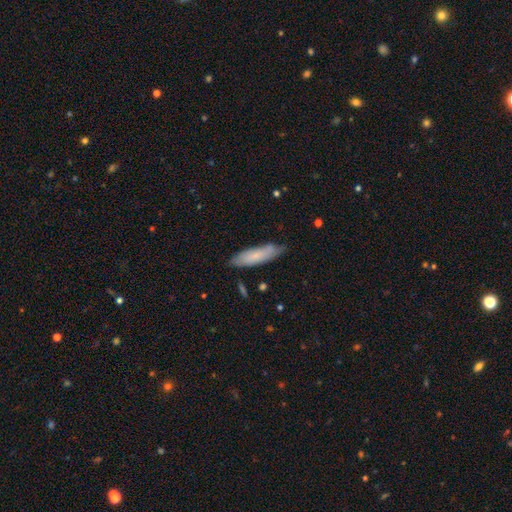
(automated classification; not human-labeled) Smooth or featured?
  - smooth: 71% *
  - featured or disk: 23%
  - star or artifact: 6%
How rounded?
  - cigar-shaped: 61% *
  - in between: 37%
  - round: 2%
Merging?
  - none: 76% *
  - minor disturbance: 19%
  - major disturbance: 3%
  - merger: 2%